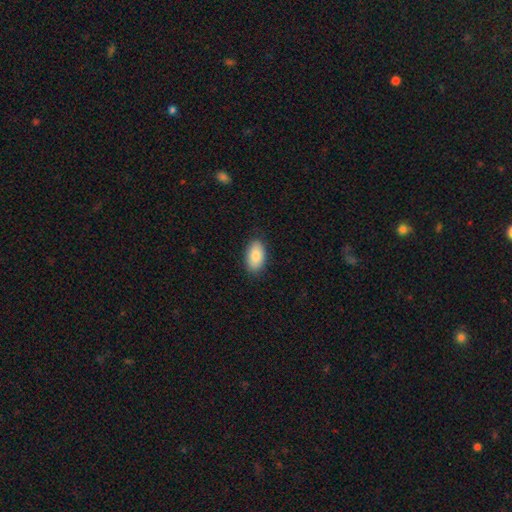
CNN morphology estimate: type=smooth (86%); roundness=in between (94%); merging=none (86%).